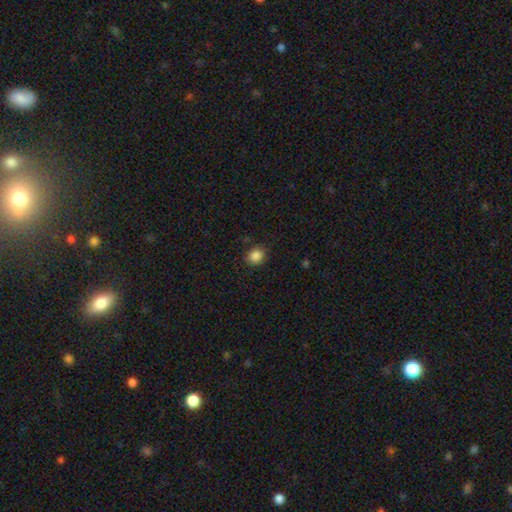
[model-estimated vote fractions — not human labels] Morphology: type=smooth (86%); roundness=round (76%); merging=none (87%).